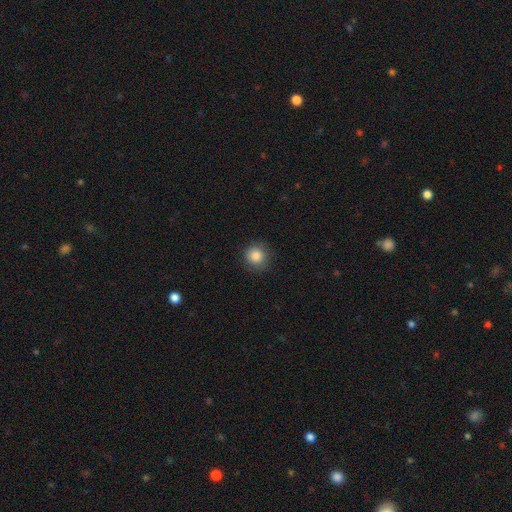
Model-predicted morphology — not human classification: Smooth or featured: smooth — 85% (star or artifact — 10%)
How rounded: round — 93% (in between — 6%)
Merging: none — 86% (minor disturbance — 10%)